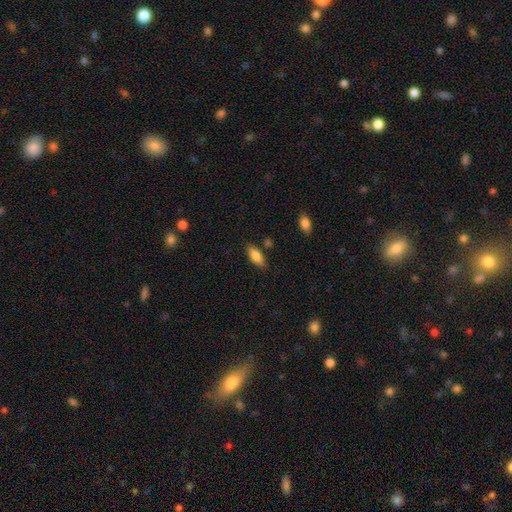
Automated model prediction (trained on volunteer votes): Smooth or featured? Predicted: smooth (p=0.82). How rounded? Predicted: in between (p=0.80). Merging? Predicted: none (p=0.80).